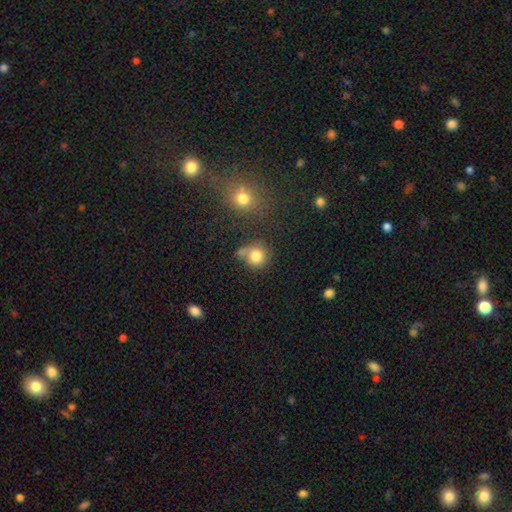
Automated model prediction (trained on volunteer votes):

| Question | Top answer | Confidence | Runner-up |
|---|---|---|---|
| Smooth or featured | smooth | 81% | star or artifact (11%) |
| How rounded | round | 88% | in between (11%) |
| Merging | none | 58% | minor disturbance (18%) |